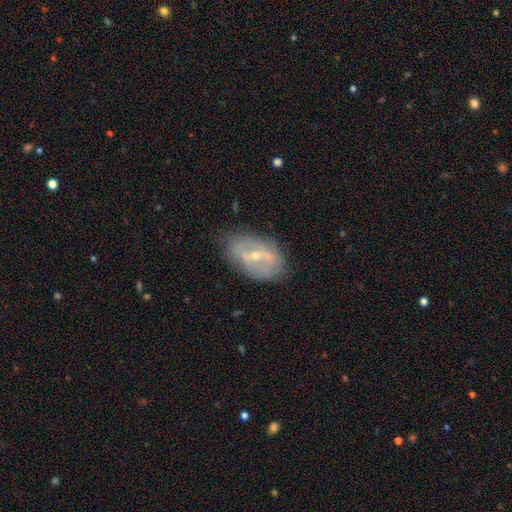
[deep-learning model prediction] Morphology: type=featured or disk (68%); edge-on=no (91%); bar=weak (39%); spiral arms=no (55%); bulge=small (64%); merging=none (71%).